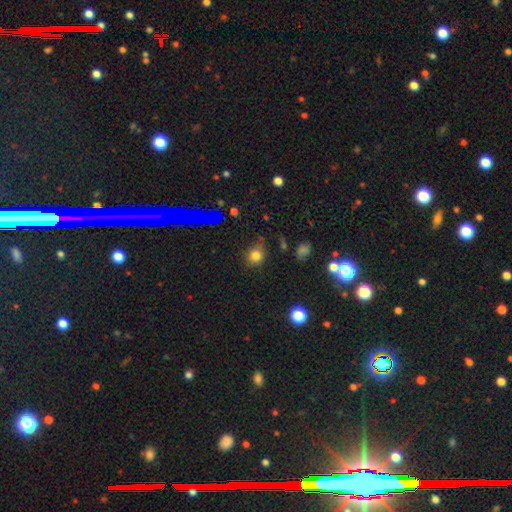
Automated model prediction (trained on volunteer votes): The model was most divided on "how rounded": round: 72%, in between: 27%, cigar-shaped: 1%. More confident: smooth or featured — smooth (76%); merging — none (74%).